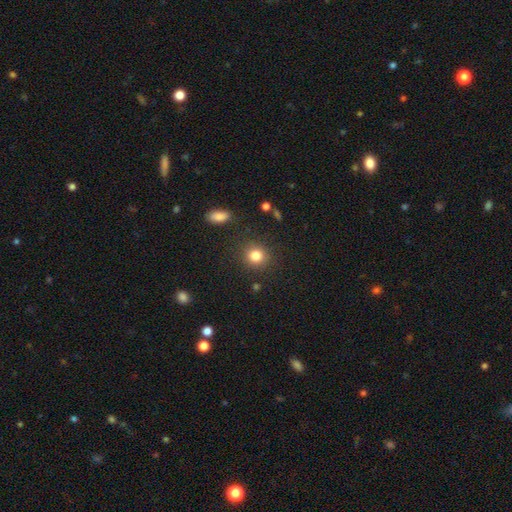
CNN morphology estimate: Smooth or featured?
  - smooth: 83% *
  - star or artifact: 11%
  - featured or disk: 5%
How rounded?
  - round: 85% *
  - in between: 14%
  - cigar-shaped: 1%
Merging?
  - none: 87% *
  - minor disturbance: 8%
  - major disturbance: 3%
  - merger: 2%